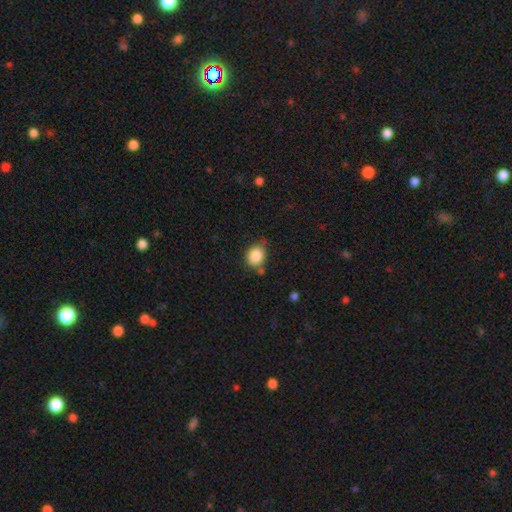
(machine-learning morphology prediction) type=smooth (87%); roundness=round (55%); merging=none (69%).